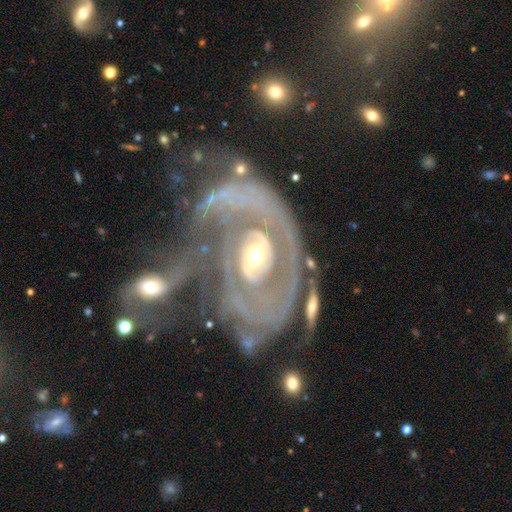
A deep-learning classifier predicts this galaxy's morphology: featured or disk 88%, smooth 7%, star or artifact 5%. Down the decision tree: edge-on disk — no (97%); bar — no (73%); spiral arms — yes (84%); spiral arm count — 2 (32%); spiral winding — tight (61%); bulge size — moderate (65%); merging — merger (35%).